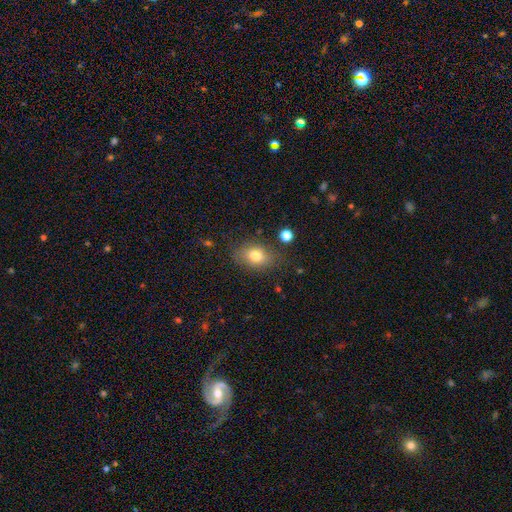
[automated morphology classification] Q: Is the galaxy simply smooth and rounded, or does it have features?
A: smooth — 77%.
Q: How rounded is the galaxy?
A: in between — 74%.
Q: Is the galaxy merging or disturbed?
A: none — 77%.